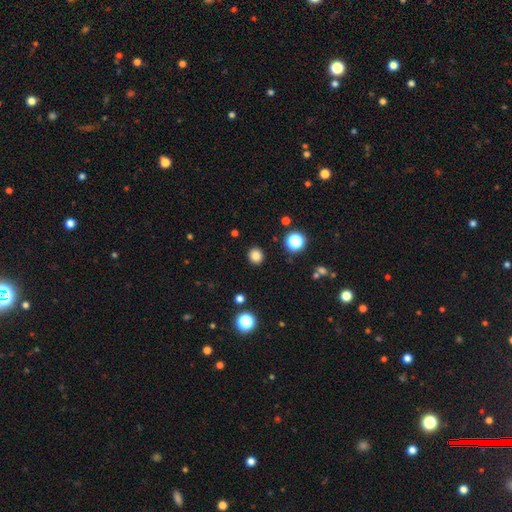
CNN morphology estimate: Overall: smooth (83%). How rounded: round (88%). Merging: none (92%).